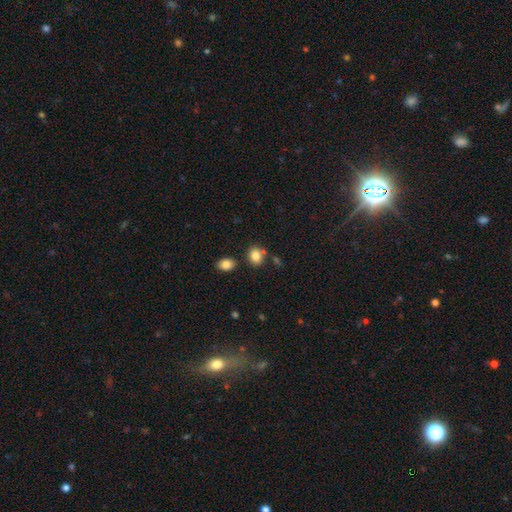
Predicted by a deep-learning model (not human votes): smooth_or_featured: smooth (p=0.84) [alt: star or artifact p=0.10]
how_rounded: round (p=0.55) [alt: in between p=0.44]
merging: none (p=0.71) [alt: merger p=0.14]